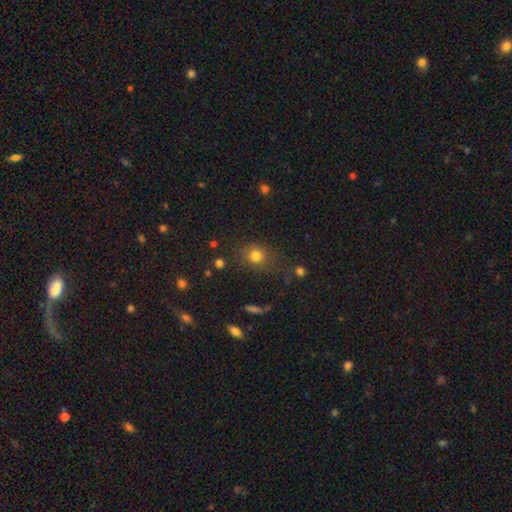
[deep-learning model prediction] Overall: smooth (78%). How rounded: round (79%). Merging: none (75%).